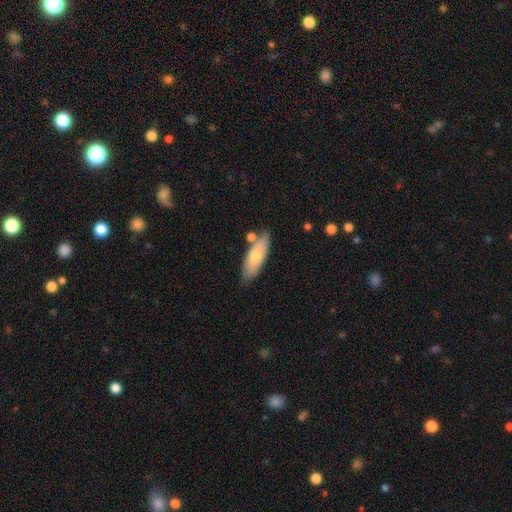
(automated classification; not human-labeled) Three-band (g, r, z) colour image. It shows a smooth galaxy with no disk features (71%) that is in between round and cigar-shaped (64%). Merging: none (71%).